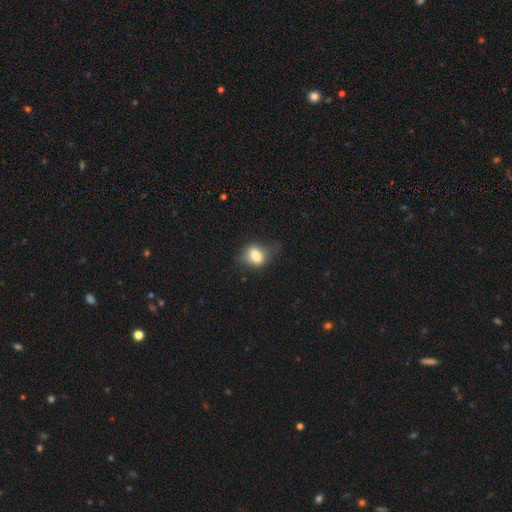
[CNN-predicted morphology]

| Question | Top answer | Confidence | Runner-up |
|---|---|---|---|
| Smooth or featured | smooth | 76% | featured or disk (15%) |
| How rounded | in between | 70% | round (27%) |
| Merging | none | 52% | minor disturbance (31%) |